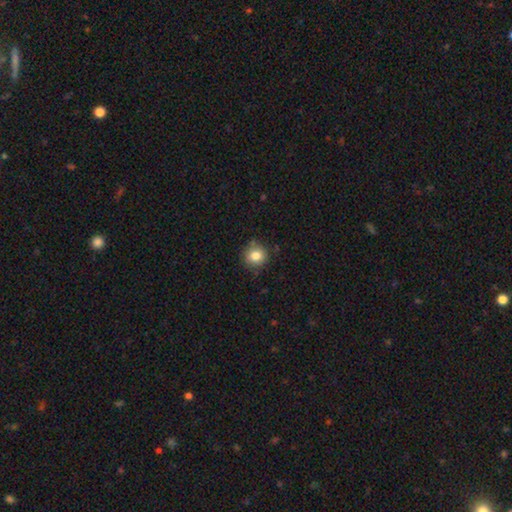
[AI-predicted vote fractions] smooth-or-featured: smooth: 82% | star or artifact: 10% | featured or disk: 7%
  how-rounded: round: 88% | in between: 11% | cigar-shaped: 1%
  merging: none: 80% | minor disturbance: 15% | major disturbance: 3% | merger: 2%